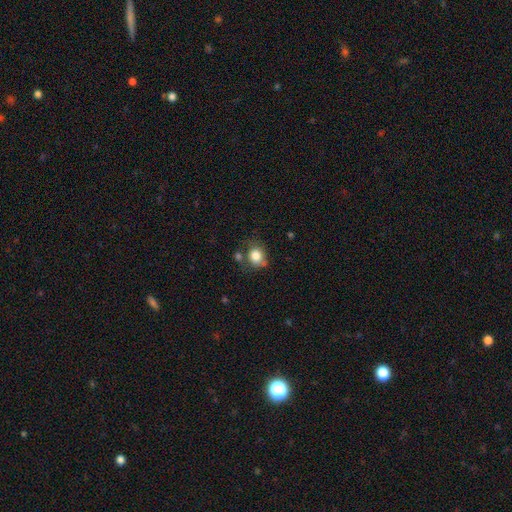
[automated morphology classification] smooth 81%, featured or disk 10%, star or artifact 9%. Down the decision tree: how rounded — round (62%); merging — none (57%).